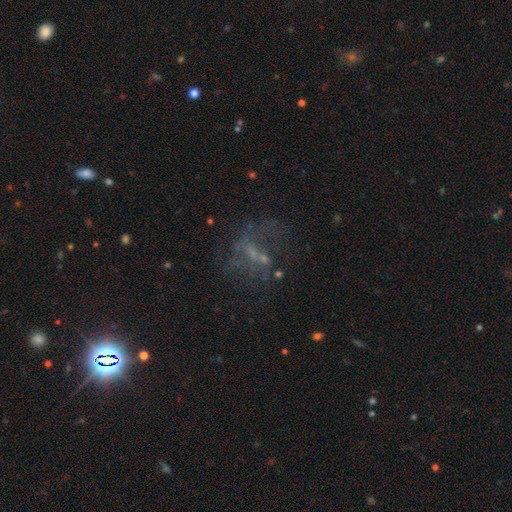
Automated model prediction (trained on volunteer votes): featured or disk 44%, star or artifact 33%, smooth 23%. Down the decision tree: merging — none (48%).